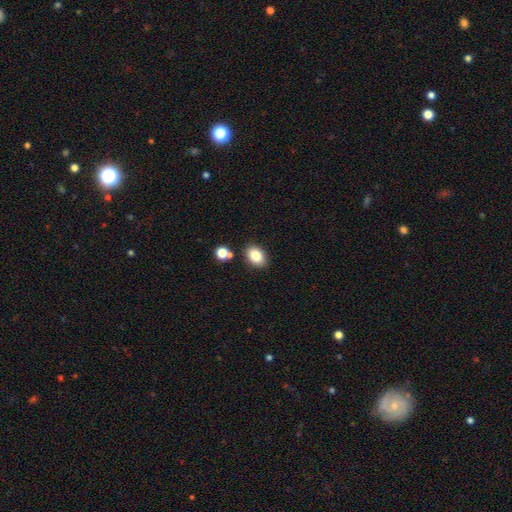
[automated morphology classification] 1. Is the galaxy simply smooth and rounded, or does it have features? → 82% smooth, 10% star or artifact, 8% featured or disk.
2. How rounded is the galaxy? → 78% in between, 21% round, 1% cigar-shaped.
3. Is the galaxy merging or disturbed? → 82% none, 10% minor disturbance, 6% merger, 2% major disturbance.